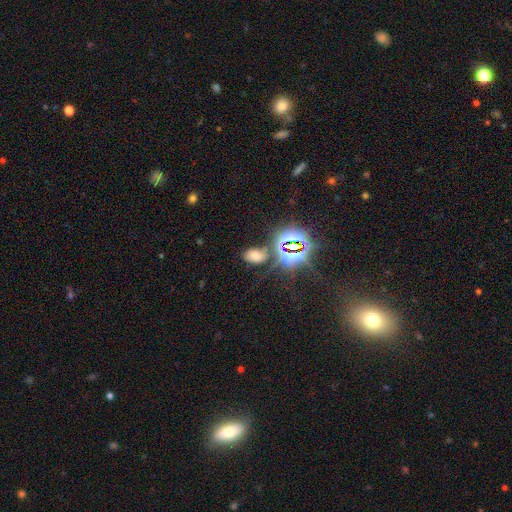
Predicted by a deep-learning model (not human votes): Morphology: type=smooth (52%); roundness=in between (87%); merging=none (66%).